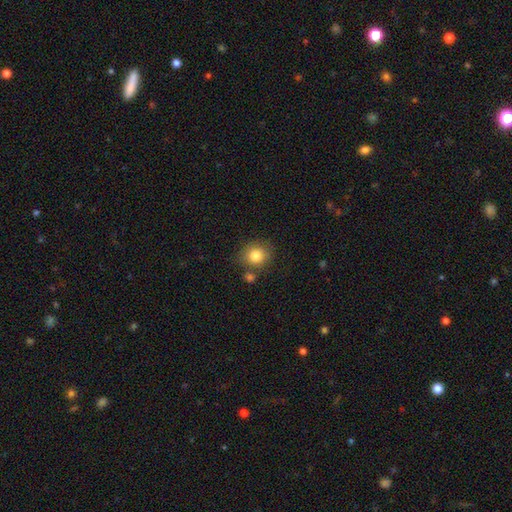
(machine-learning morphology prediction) Q: Smooth or featured?
A: smooth (83%); runner-up: star or artifact (10%)
Q: How rounded?
A: round (81%); runner-up: in between (18%)
Q: Merging?
A: none (74%); runner-up: minor disturbance (12%)